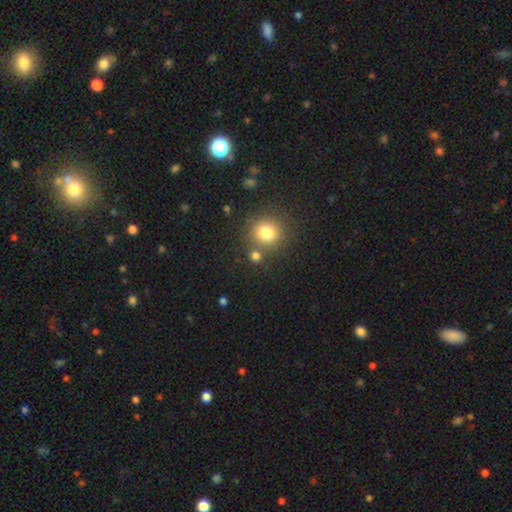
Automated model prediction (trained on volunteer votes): A smooth galaxy with no disk features (77%) that is round (88%).

Vote fractions:
- Smooth or featured? smooth: 77% / star or artifact: 16% / featured or disk: 7%
- How rounded? round: 88% / in between: 11% / cigar-shaped: 1%
- Merging? none: 71% / merger: 17% / minor disturbance: 8% / major disturbance: 4%